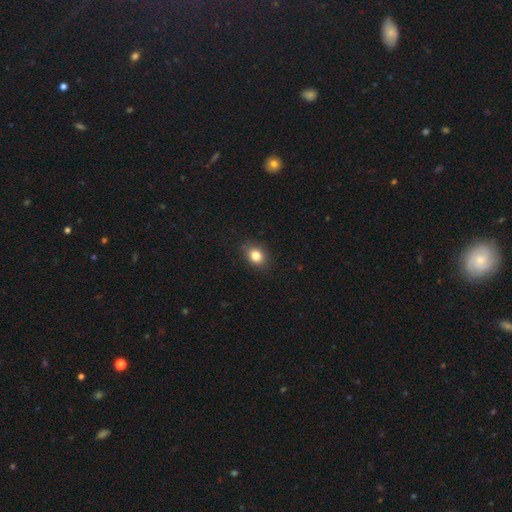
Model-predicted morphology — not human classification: type=smooth (83%); roundness=in between (51%); merging=none (84%).